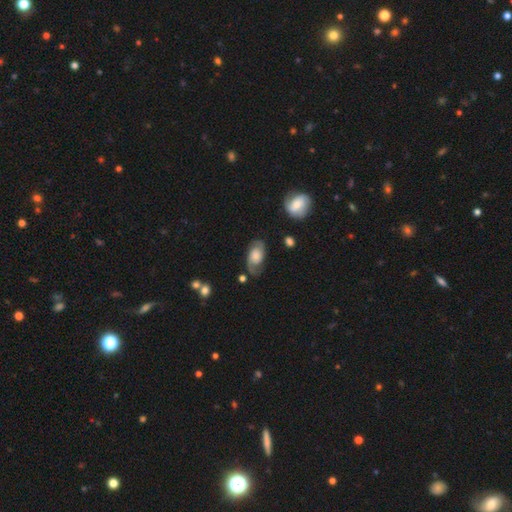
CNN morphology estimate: Smooth or featured? featured or disk (64%)
Edge-on disk? no (95%)
Bar? no (68%)
Spiral arms? yes (89%)
Spiral winding? medium (45%)
Spiral arm count? 2 (83%)
Bulge size? moderate (33%)
Merging? none (68%)